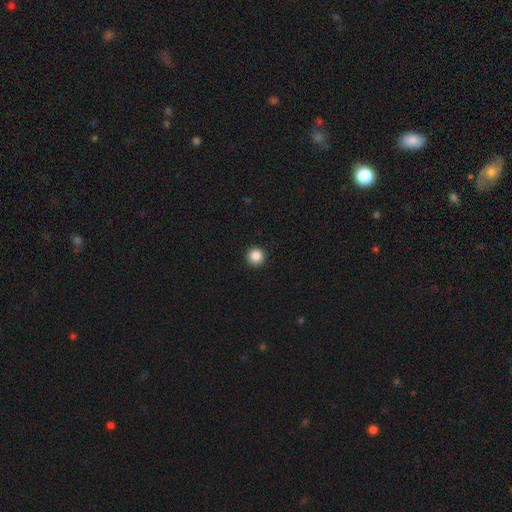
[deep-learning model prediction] Q: Smooth or featured?
A: smooth (87%); runner-up: star or artifact (10%)
Q: How rounded?
A: round (96%); runner-up: in between (3%)
Q: Merging?
A: none (93%); runner-up: minor disturbance (4%)